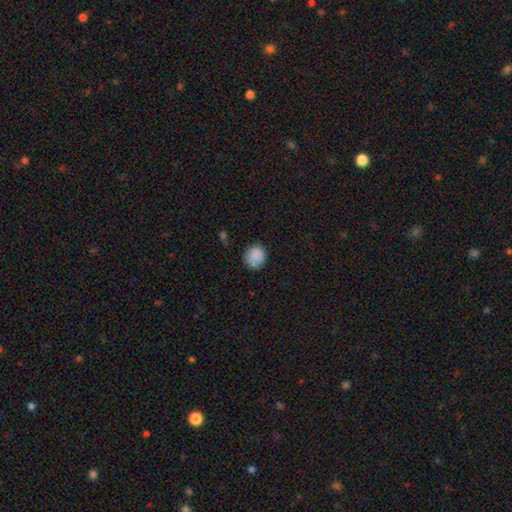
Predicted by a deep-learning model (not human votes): smooth_or_featured: smooth (p=0.87) [alt: star or artifact p=0.09]
how_rounded: round (p=0.78) [alt: in between p=0.21]
merging: none (p=0.77) [alt: minor disturbance p=0.18]